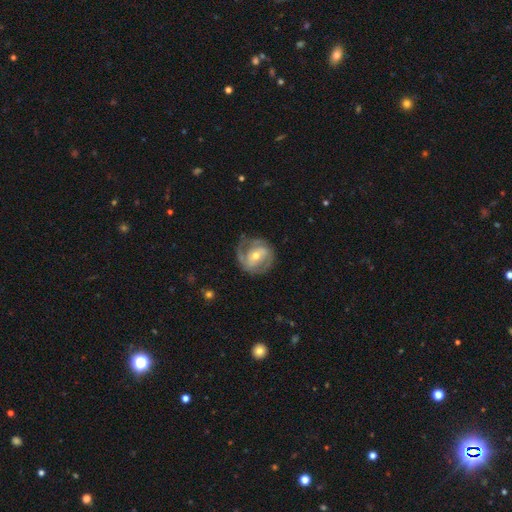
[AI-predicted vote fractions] Smooth or featured: featured or disk — 79% (smooth — 16%)
Edge-on disk: no — 97% (yes — 3%)
Bar: weak — 40% (no — 35%)
Spiral arms: yes — 87% (no — 13%)
Spiral winding: tight — 43% (medium — 41%)
Spiral arm count: 2 — 69% (can't tell — 15%)
Bulge size: moderate — 53% (small — 42%)
Merging: none — 67% (minor disturbance — 19%)